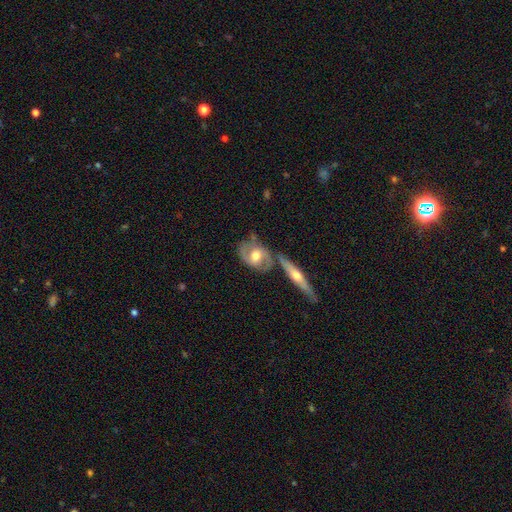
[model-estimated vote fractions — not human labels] Overall: featured or disk (73%). Edge-on disk: no (84%). Bar: no (51%; weak 36%). Spiral arms: yes (82%). Spiral arm count: 2 (83%). Spiral winding: medium (48%; tight 33%). Bulge size: moderate (73%). Merging: none (59%).